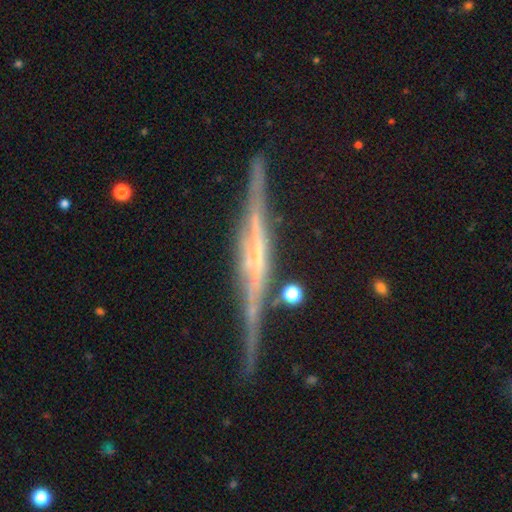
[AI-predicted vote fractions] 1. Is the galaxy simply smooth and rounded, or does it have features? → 86% featured or disk, 7% star or artifact, 7% smooth.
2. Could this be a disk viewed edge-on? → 97% yes, 3% no.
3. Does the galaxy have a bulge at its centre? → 44% rounded, 29% boxy, 27% none.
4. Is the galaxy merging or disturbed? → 84% none, 11% minor disturbance, 3% major disturbance, 2% merger.